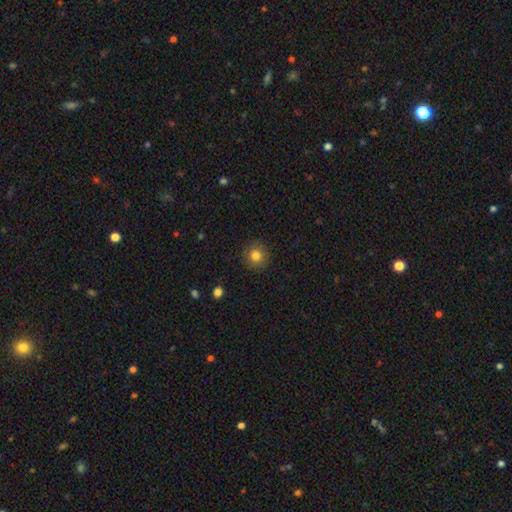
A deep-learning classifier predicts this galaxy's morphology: Smooth or featured?
  - smooth: 82% *
  - star or artifact: 11%
  - featured or disk: 7%
How rounded?
  - round: 92% *
  - in between: 7%
  - cigar-shaped: 1%
Merging?
  - none: 90% *
  - minor disturbance: 6%
  - major disturbance: 2%
  - merger: 1%